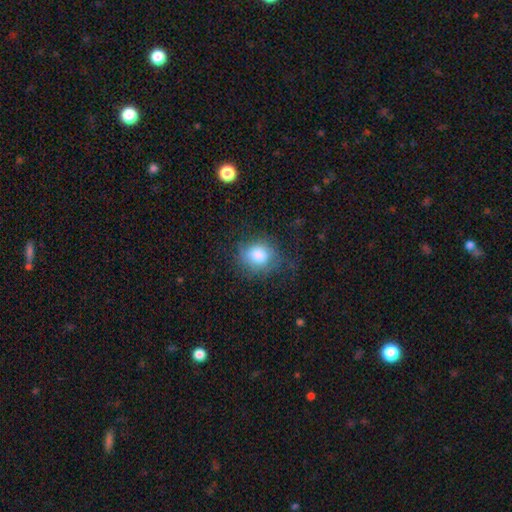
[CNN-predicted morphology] This is likely a smooth galaxy (80%). How rounded: likely round (65%). Merging: likely none (65%).